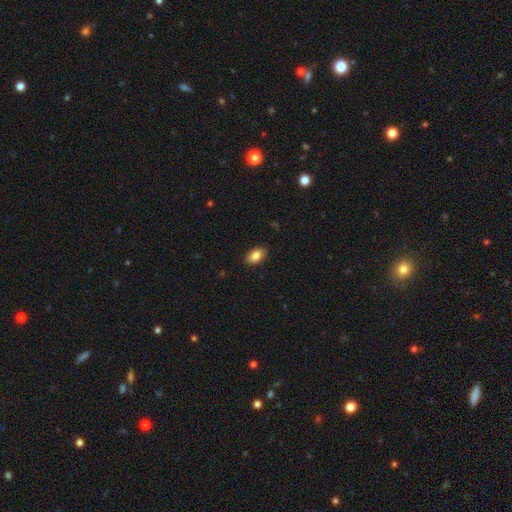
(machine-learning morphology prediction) smooth-or-featured: smooth: 86% | star or artifact: 8% | featured or disk: 6%
  how-rounded: in between: 89% | round: 9% | cigar-shaped: 2%
  merging: none: 88% | minor disturbance: 9% | major disturbance: 2% | merger: 1%